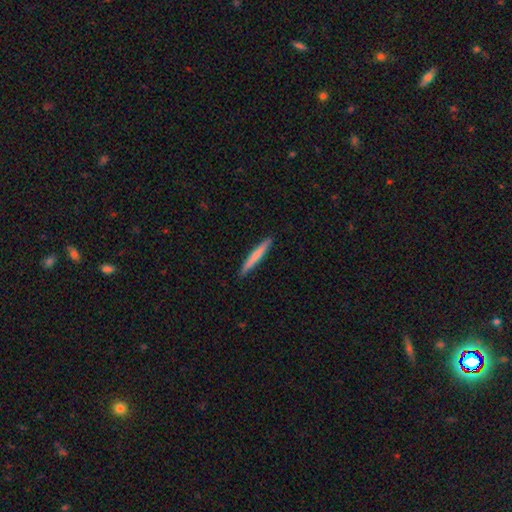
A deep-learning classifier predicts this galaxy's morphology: smooth_or_featured: smooth (p=0.67) [alt: featured or disk p=0.27]
how_rounded: cigar-shaped (p=0.96) [alt: in between p=0.03]
merging: none (p=0.91) [alt: minor disturbance p=0.07]